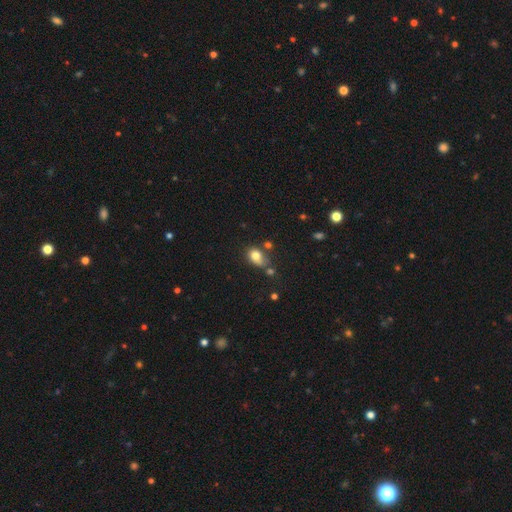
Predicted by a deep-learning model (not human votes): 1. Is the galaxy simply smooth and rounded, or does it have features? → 78% smooth, 11% featured or disk, 10% star or artifact.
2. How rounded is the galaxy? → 64% in between, 35% round, 2% cigar-shaped.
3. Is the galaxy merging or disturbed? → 46% none, 24% minor disturbance, 20% merger, 10% major disturbance.